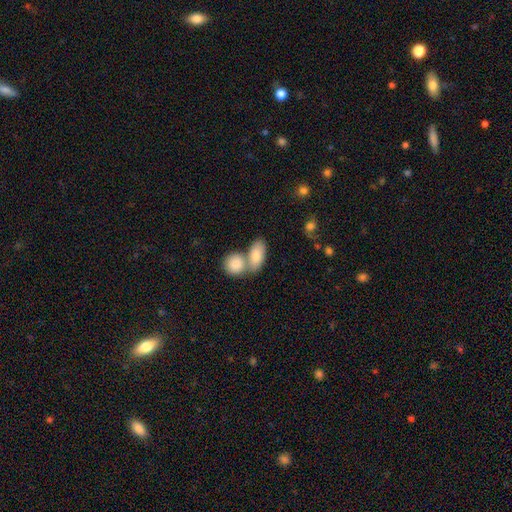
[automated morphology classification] smooth 82%, featured or disk 11%, star or artifact 7%. Down the decision tree: how rounded — in between (82%); merging — merger (51%).